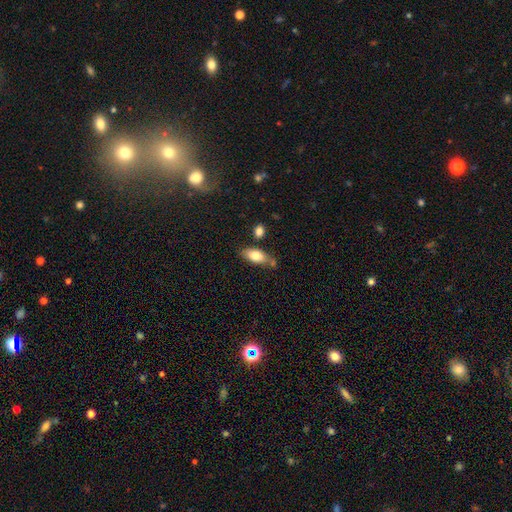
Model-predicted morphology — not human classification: This appears to be a smooth galaxy with no disk features (80%) that is in between round and cigar-shaped (85%). Merging: none (64%).